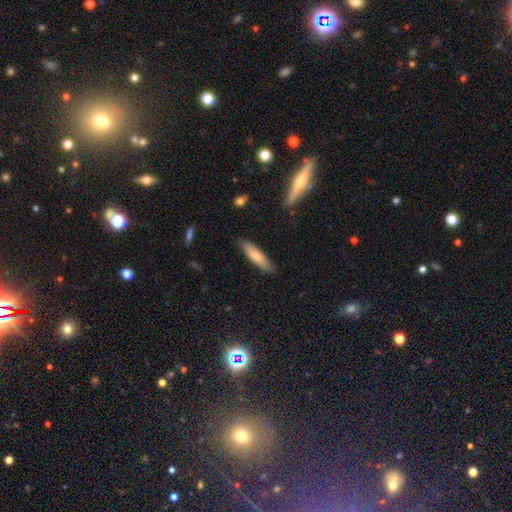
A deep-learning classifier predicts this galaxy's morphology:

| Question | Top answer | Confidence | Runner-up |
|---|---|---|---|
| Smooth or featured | smooth | 76% | featured or disk (19%) |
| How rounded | cigar-shaped | 70% | in between (29%) |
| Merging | none | 86% | minor disturbance (11%) |